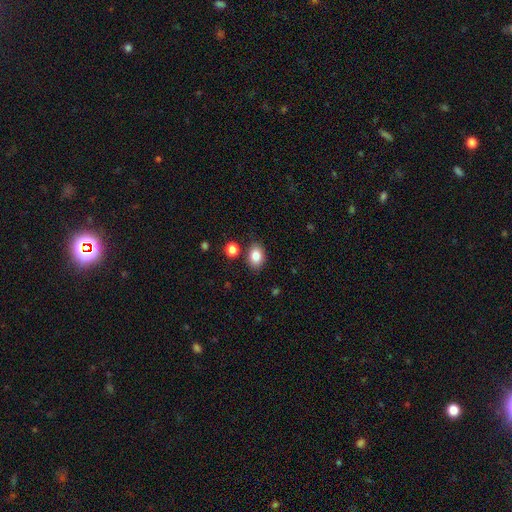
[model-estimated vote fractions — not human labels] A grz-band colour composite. It shows a smooth galaxy with no disk features (84%) that is in between round and cigar-shaped (72%). Merging: none (83%).